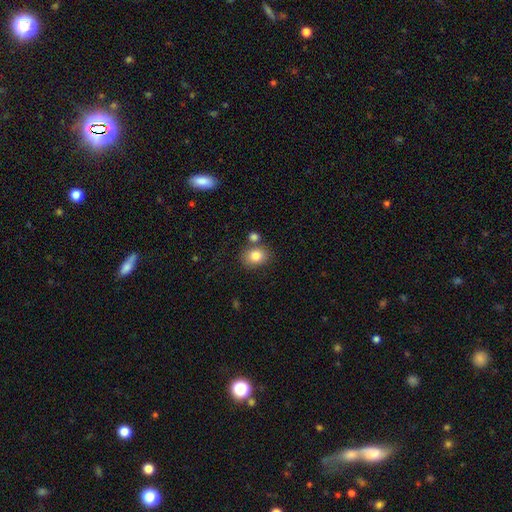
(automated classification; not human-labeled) smooth_or_featured: smooth (p=0.83) [alt: star or artifact p=0.09]
how_rounded: round (p=0.51) [alt: in between p=0.48]
merging: none (p=0.67) [alt: merger p=0.17]